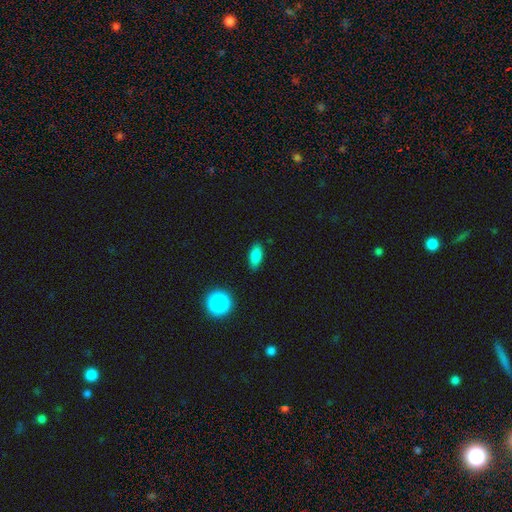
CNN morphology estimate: smooth 83%, star or artifact 10%, featured or disk 7%. Down the decision tree: how rounded — in between (84%); merging — none (85%).